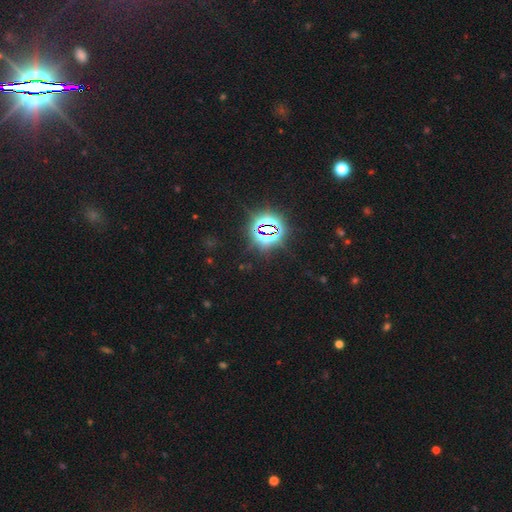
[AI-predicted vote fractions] Smooth or featured?
  - star or artifact: 80% *
  - smooth: 13%
  - featured or disk: 7%